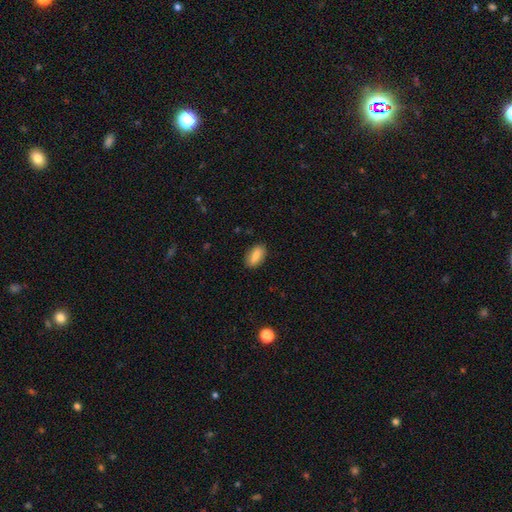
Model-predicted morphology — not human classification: This is clearly a smooth galaxy (84%). How rounded: clearly in between (89%). Merging: clearly none (87%).